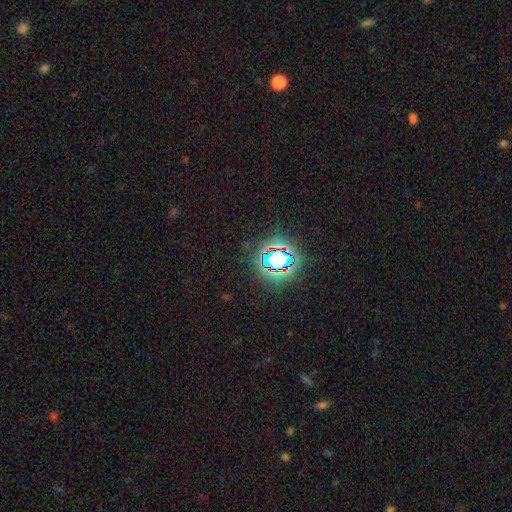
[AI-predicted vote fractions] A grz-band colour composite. It shows a star or artifact, not a galaxy (80%).